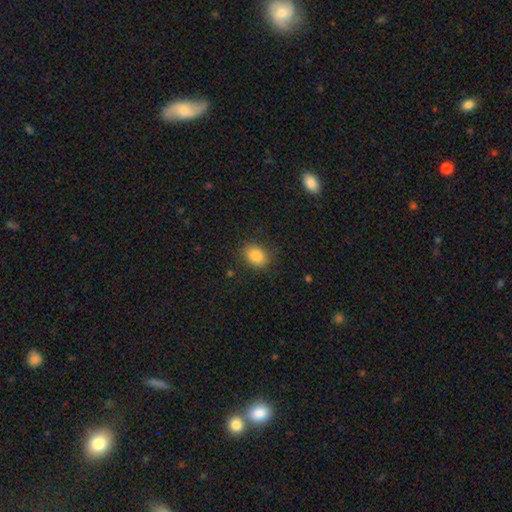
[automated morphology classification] smooth-or-featured: smooth: 86% | star or artifact: 9% | featured or disk: 5%
  how-rounded: in between: 71% | round: 28% | cigar-shaped: 1%
  merging: none: 84% | minor disturbance: 11% | major disturbance: 4% | merger: 1%